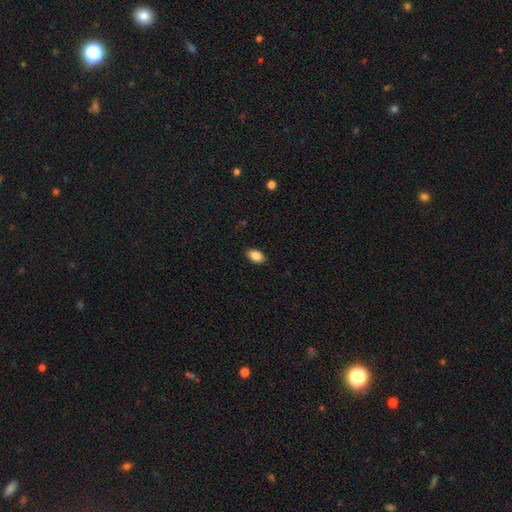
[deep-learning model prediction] smooth 87%, star or artifact 8%, featured or disk 5%. Down the decision tree: how rounded — in between (90%); merging — none (88%).